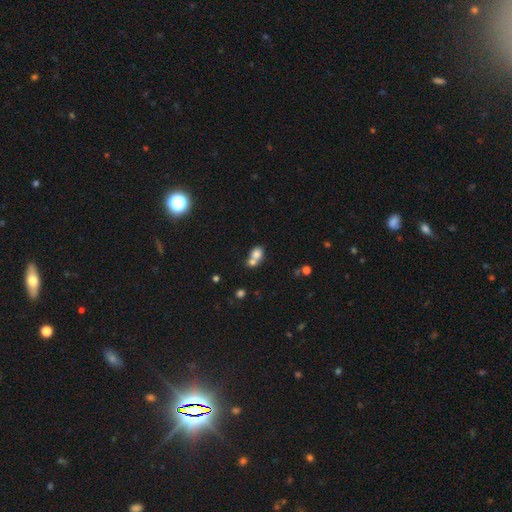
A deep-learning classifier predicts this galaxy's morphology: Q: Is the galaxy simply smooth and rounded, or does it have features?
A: smooth — 76%.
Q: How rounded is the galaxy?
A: round — 54%.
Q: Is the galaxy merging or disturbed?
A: merger — 62%.